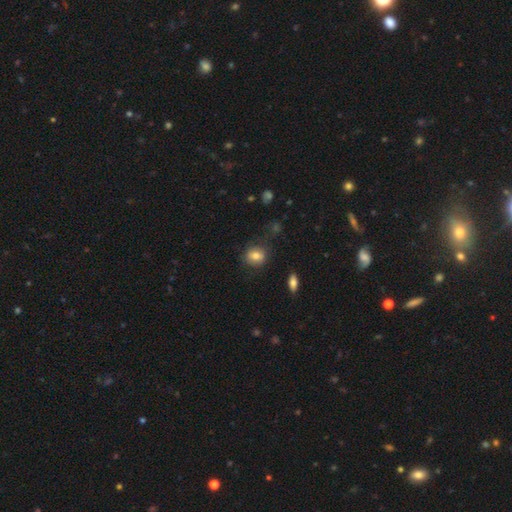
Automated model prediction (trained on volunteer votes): A smooth galaxy with no disk features (80%) that is round (60%).

Vote fractions:
- Smooth or featured? smooth: 80% / featured or disk: 11% / star or artifact: 9%
- How rounded? round: 60% / in between: 39% / cigar-shaped: 1%
- Merging? none: 78% / minor disturbance: 15% / major disturbance: 5% / merger: 2%